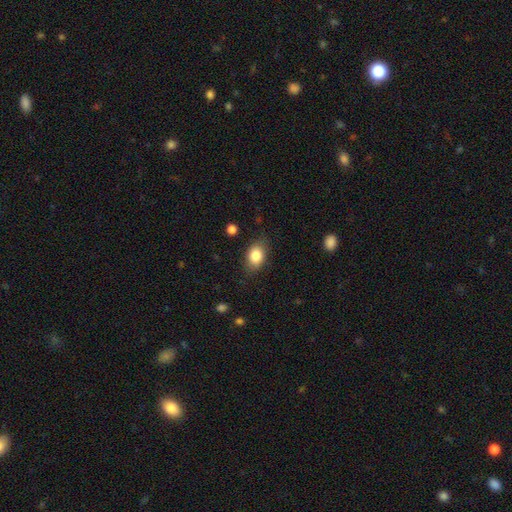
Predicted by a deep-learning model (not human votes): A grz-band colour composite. It shows a smooth galaxy with no disk features (84%) that is in between round and cigar-shaped (80%). Merging: none (81%).